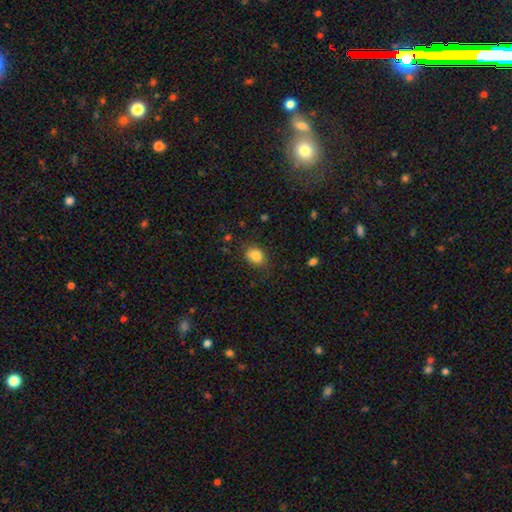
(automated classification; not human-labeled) Smooth or featured: smooth — 83% (star or artifact — 9%)
How rounded: in between — 64% (round — 35%)
Merging: none — 77% (minor disturbance — 17%)